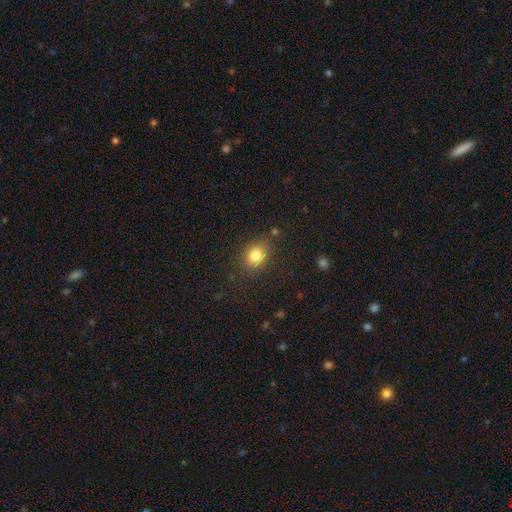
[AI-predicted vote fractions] Smooth or featured?
  - smooth: 82% *
  - star or artifact: 11%
  - featured or disk: 7%
How rounded?
  - in between: 57% *
  - round: 42%
  - cigar-shaped: 1%
Merging?
  - none: 80% *
  - minor disturbance: 13%
  - major disturbance: 4%
  - merger: 2%